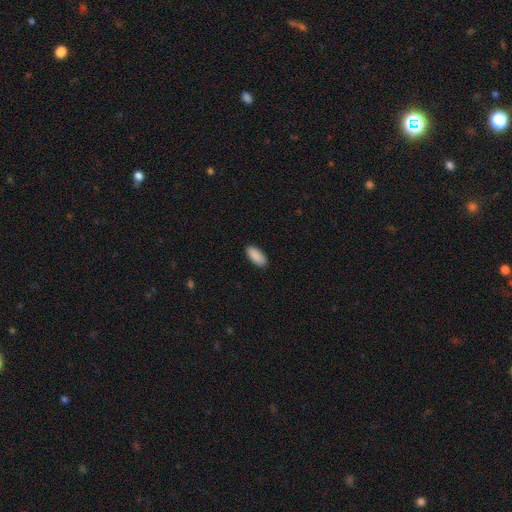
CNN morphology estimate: Smooth or featured? Predicted: smooth (p=0.91). How rounded? Predicted: in between (p=0.87). Merging? Predicted: none (p=0.90).